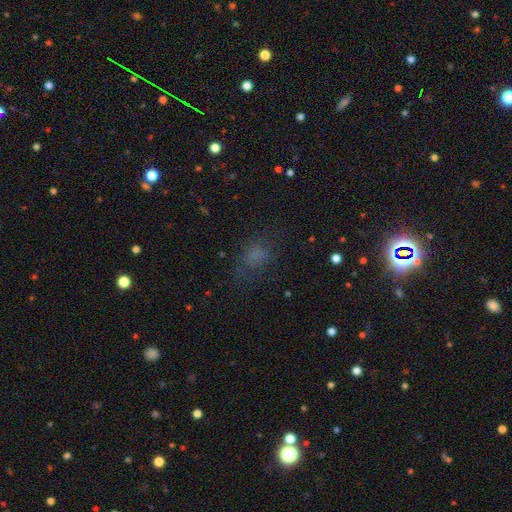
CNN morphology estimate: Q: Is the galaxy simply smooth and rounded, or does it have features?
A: smooth — 63%.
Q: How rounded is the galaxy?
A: in between — 57%.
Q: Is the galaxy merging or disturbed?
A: none — 62%.